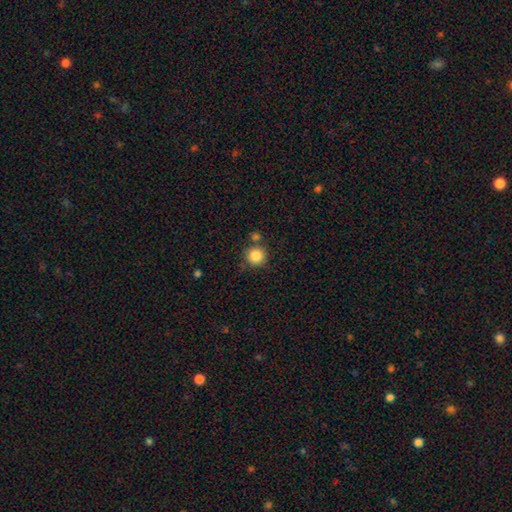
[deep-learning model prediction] Overall: smooth (86%). How rounded: round (94%). Merging: none (76%).